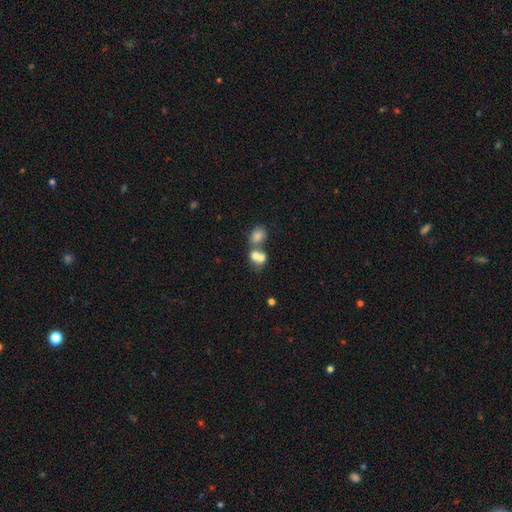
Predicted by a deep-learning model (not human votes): Smooth or featured: smooth — 70% (featured or disk — 19%)
How rounded: round — 54% (in between — 45%)
Merging: merger — 66% (none — 23%)